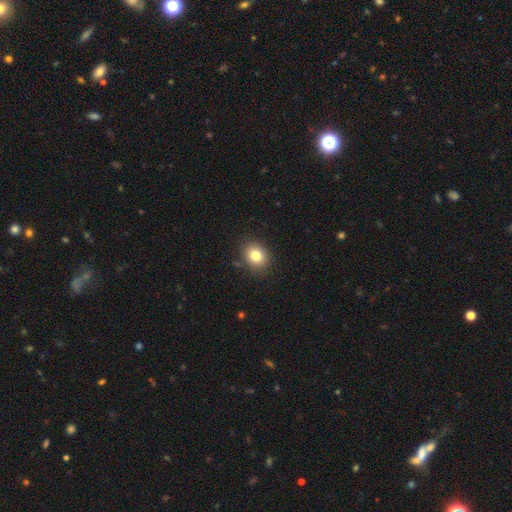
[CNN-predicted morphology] Overall: smooth (82%). How rounded: round (54%; in between 45%). Merging: none (86%).